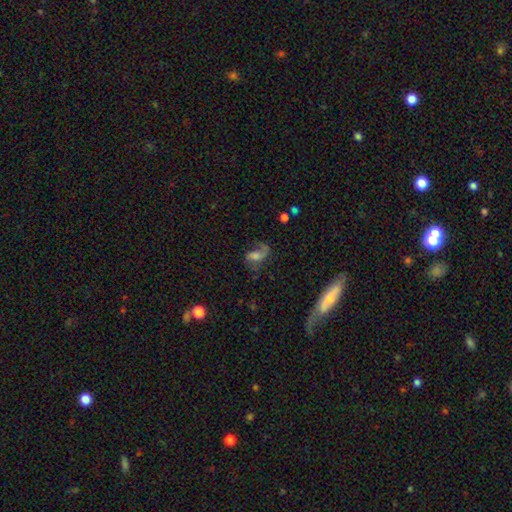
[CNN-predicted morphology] smooth_or_featured: featured or disk (p=0.63) [alt: smooth p=0.26]
disk_edge_on: no (p=0.95) [alt: yes p=0.05]
bar: no (p=0.52) [alt: weak p=0.37]
has_spiral_arms: yes (p=0.87) [alt: no p=0.13]
spiral_winding: loose (p=0.56) [alt: medium p=0.35]
spiral_arm_count: 2 (p=0.63) [alt: 1 p=0.28]
bulge_size: moderate (p=0.36) [alt: small p=0.24]
merging: none (p=0.48) [alt: major disturbance p=0.28]